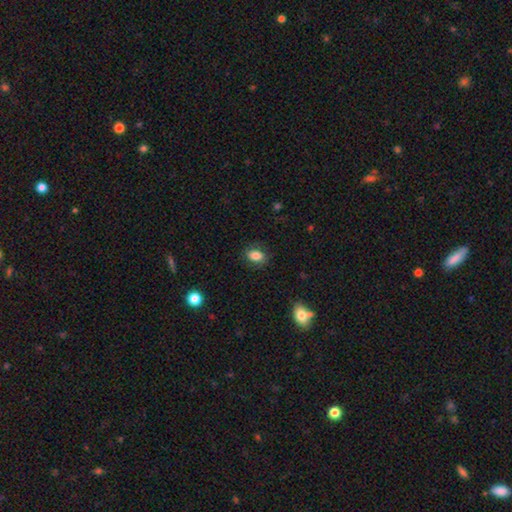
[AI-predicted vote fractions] Overall: smooth (82%). How rounded: in between (80%). Merging: none (82%).